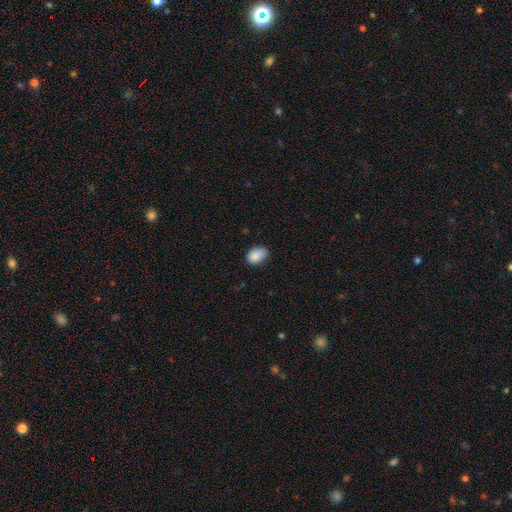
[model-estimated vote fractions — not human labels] smooth_or_featured: smooth (p=0.88) [alt: star or artifact p=0.08]
how_rounded: in between (p=0.80) [alt: round p=0.19]
merging: none (p=0.69) [alt: minor disturbance p=0.25]